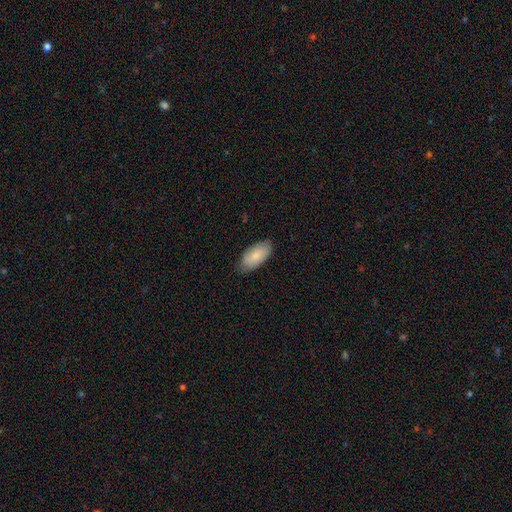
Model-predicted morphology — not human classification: type=smooth (83%); roundness=in between (94%); merging=none (81%).